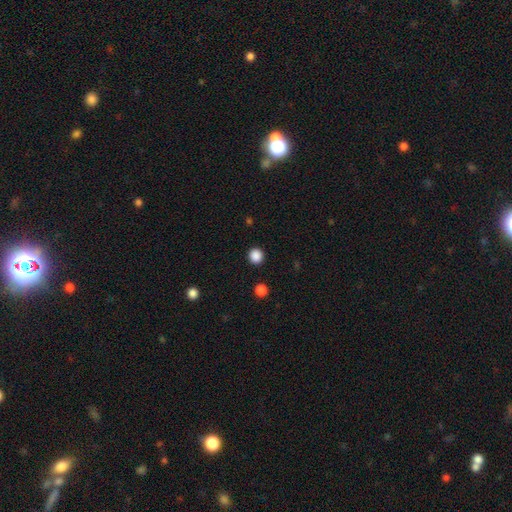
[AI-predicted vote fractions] smooth 87%, star or artifact 11%, featured or disk 2%. Down the decision tree: how rounded — round (92%); merging — none (92%).